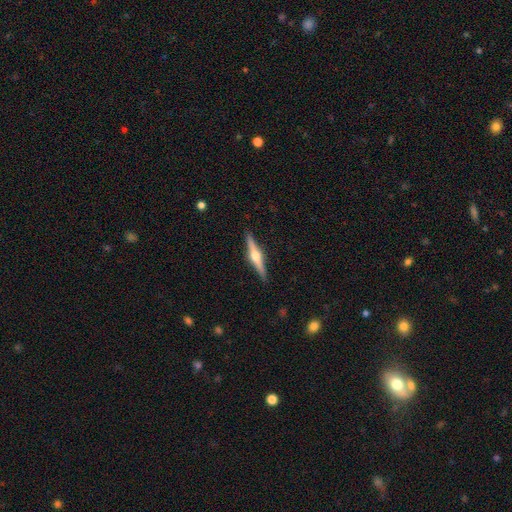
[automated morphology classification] type=featured or disk (78%); edge-on=yes (98%); edge-on bulge=rounded (95%); merging=none (91%).